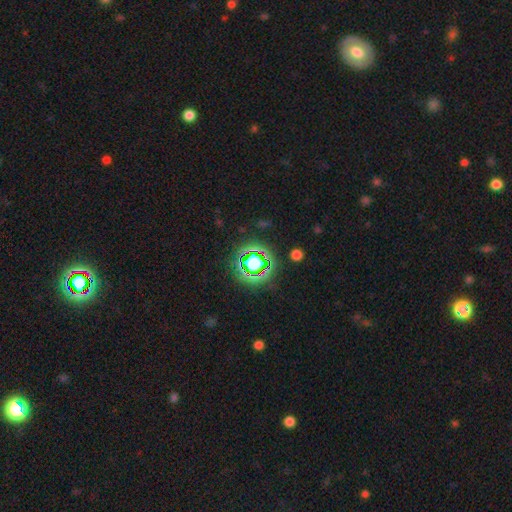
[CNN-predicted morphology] Overall: star or artifact (74%).